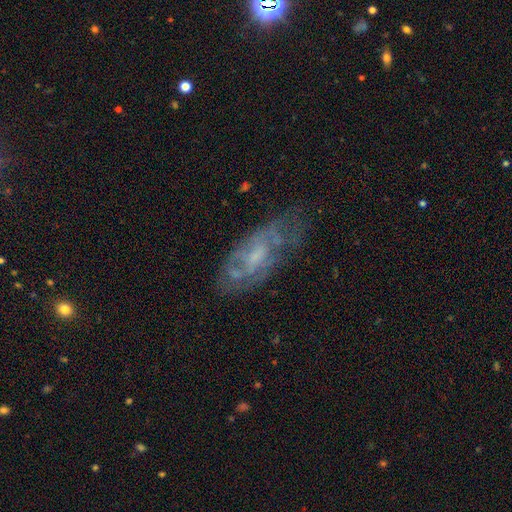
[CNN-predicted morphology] This is likely a featured or disk galaxy (65%). It is clearly not viewed edge-on (89%). Bar: likely no (65%). Spiral arm pattern: possibly yes (57%). Central bulge: marginally small (42%). Merging: possibly none (56%).